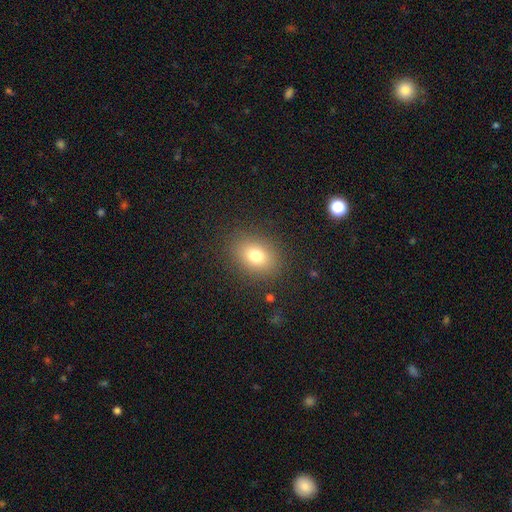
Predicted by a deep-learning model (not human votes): smooth 77%, star or artifact 12%, featured or disk 10%. Down the decision tree: how rounded — in between (62%); merging — none (86%).